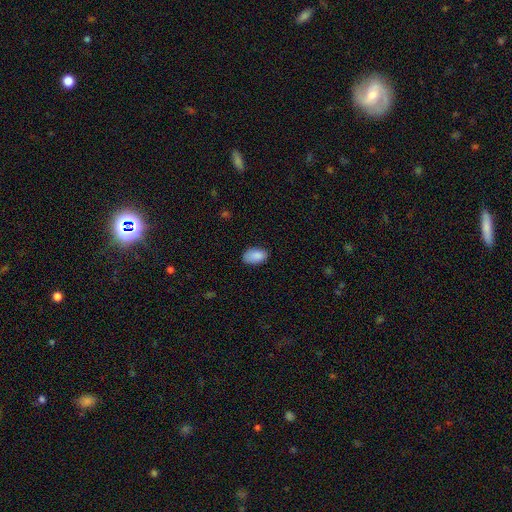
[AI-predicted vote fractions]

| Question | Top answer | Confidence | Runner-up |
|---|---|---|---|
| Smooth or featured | smooth | 88% | star or artifact (7%) |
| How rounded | in between | 93% | round (6%) |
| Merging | none | 77% | minor disturbance (19%) |